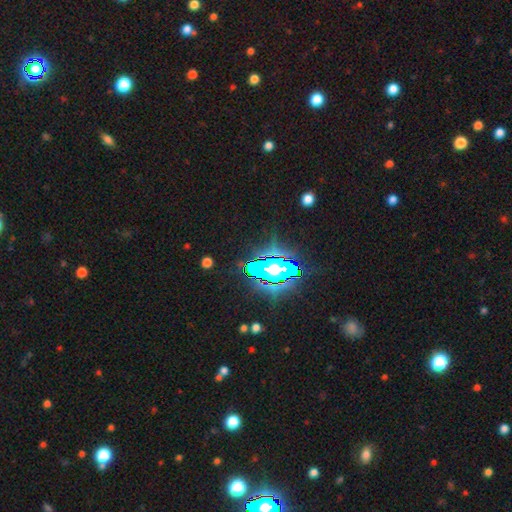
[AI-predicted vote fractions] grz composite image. It shows a star or artifact, not a galaxy (82%).